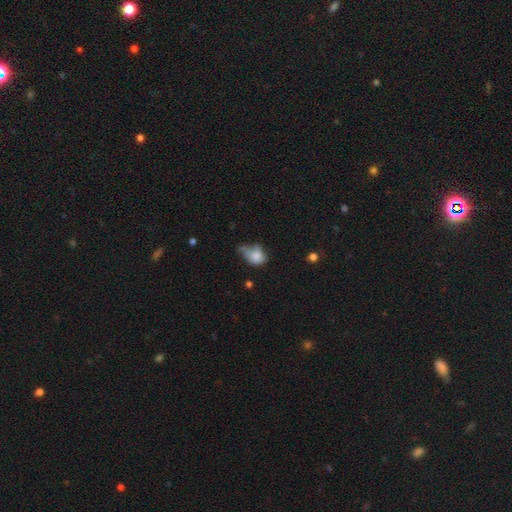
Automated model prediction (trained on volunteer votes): The model was most divided on "merging": minor disturbance: 35%, major disturbance: 31%, none: 24%, merger: 10%. More confident: smooth or featured — smooth (71%); how rounded — in between (67%).